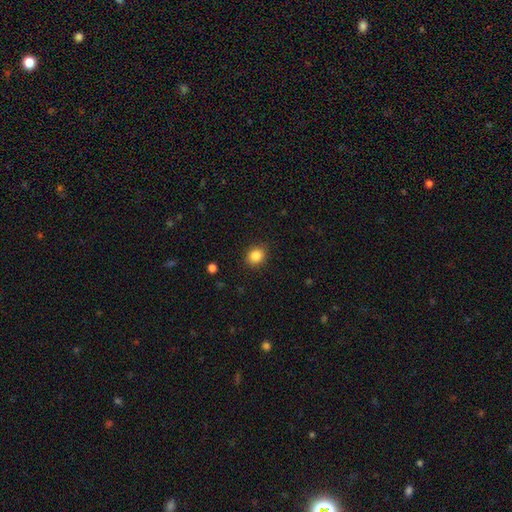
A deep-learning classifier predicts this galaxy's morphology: smooth_or_featured: smooth (p=0.85) [alt: star or artifact p=0.10]
how_rounded: round (p=0.72) [alt: in between p=0.27]
merging: none (p=0.88) [alt: minor disturbance p=0.08]